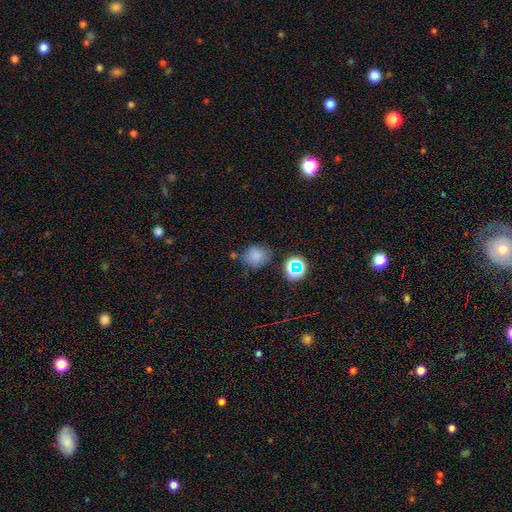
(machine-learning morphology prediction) The model was most divided on "merging": none: 69%, minor disturbance: 18%, merger: 8%, major disturbance: 5%. More confident: how rounded — round (82%); smooth or featured — smooth (76%).